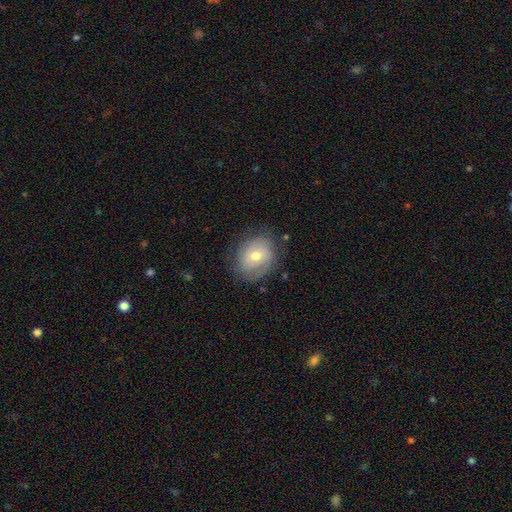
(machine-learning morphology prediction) smooth-or-featured: featured or disk: 49% | smooth: 43% | star or artifact: 8%
  merging: none: 73% | minor disturbance: 19% | major disturbance: 7% | merger: 1%